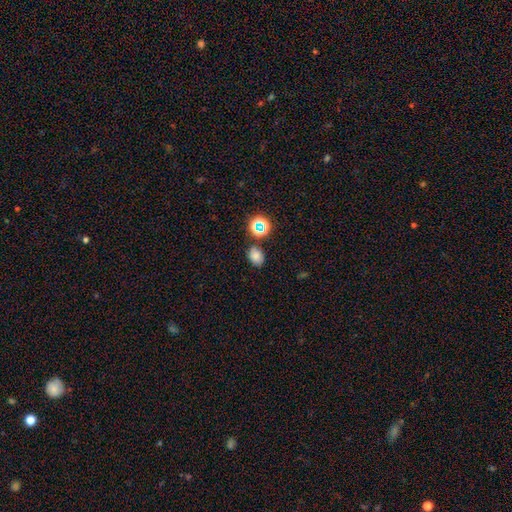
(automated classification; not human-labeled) Smooth or featured? smooth (73%)
How rounded? in between (68%)
Merging? none (77%)